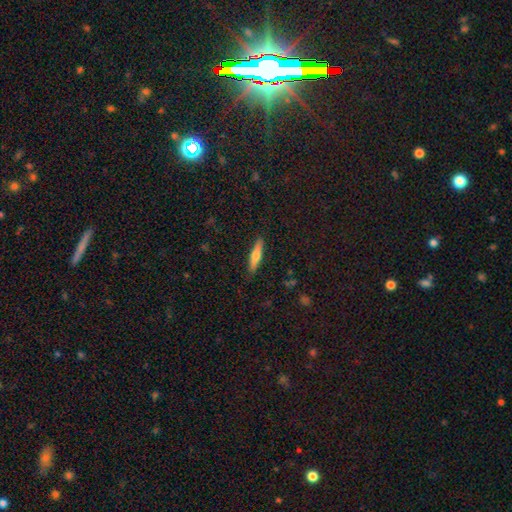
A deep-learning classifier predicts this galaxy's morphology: Smooth or featured?
  - smooth: 58% *
  - featured or disk: 36%
  - star or artifact: 6%
How rounded?
  - cigar-shaped: 84% *
  - in between: 14%
  - round: 2%
Merging?
  - none: 89% *
  - minor disturbance: 8%
  - major disturbance: 2%
  - merger: 1%